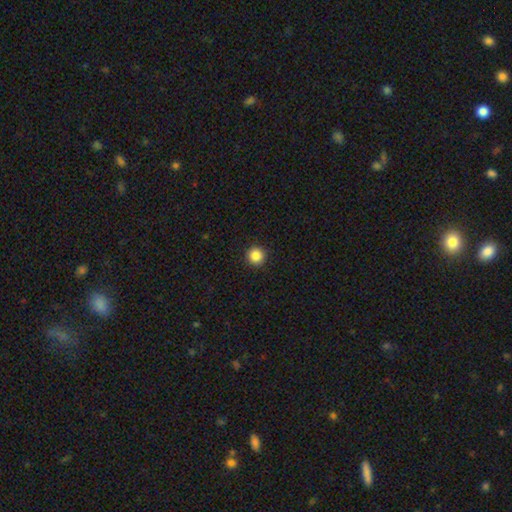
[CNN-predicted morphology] This appears to be a smooth galaxy with no disk features (87%) that is round (96%). Merging: none (93%).